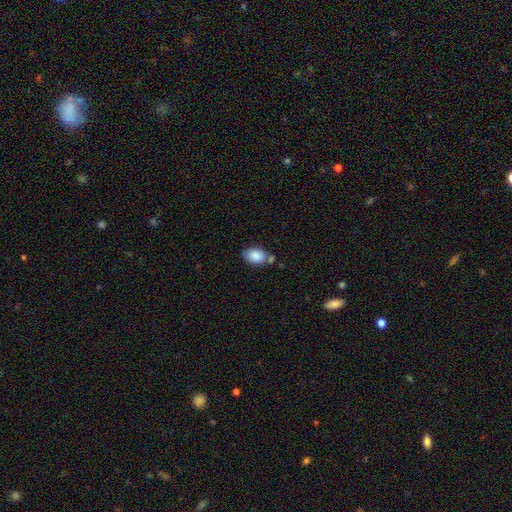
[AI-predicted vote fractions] Q: Smooth or featured?
A: smooth (87%); runner-up: star or artifact (8%)
Q: How rounded?
A: in between (81%); runner-up: round (18%)
Q: Merging?
A: none (63%); runner-up: minor disturbance (18%)